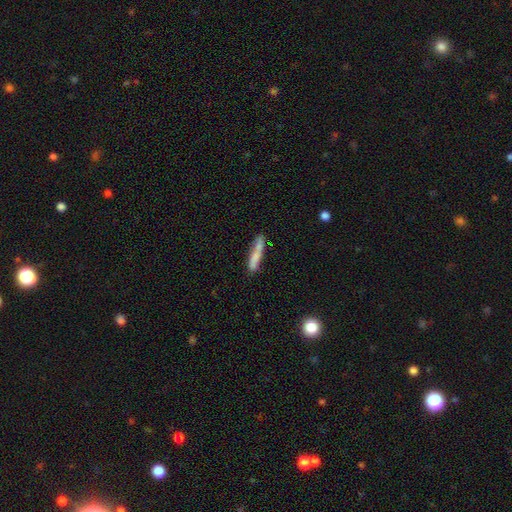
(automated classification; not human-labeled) Q: Smooth or featured?
A: smooth (71%); runner-up: featured or disk (22%)
Q: How rounded?
A: cigar-shaped (88%); runner-up: in between (10%)
Q: Merging?
A: none (72%); runner-up: minor disturbance (18%)